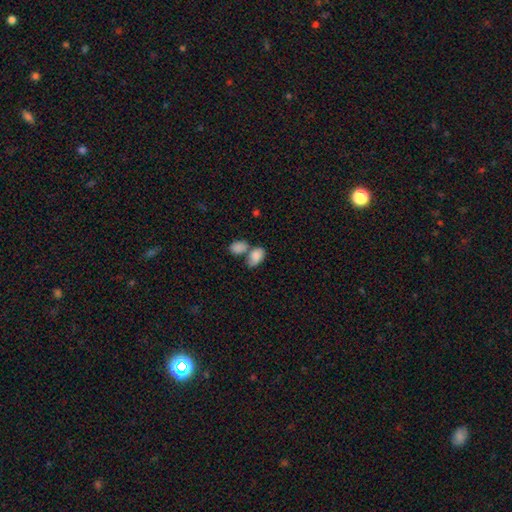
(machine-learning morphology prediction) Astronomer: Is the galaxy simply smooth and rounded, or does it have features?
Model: smooth — 84%.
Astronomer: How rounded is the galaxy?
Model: in between — 88%.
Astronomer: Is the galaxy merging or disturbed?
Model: merger — 55%.